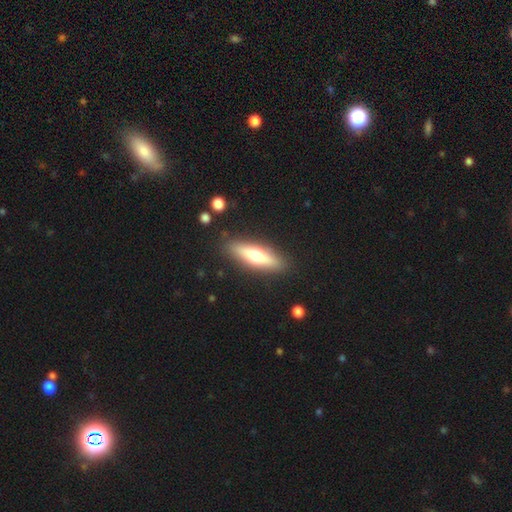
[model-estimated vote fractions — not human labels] smooth 54%, featured or disk 40%, star or artifact 6%. Down the decision tree: how rounded — cigar-shaped (66%); merging — none (87%).